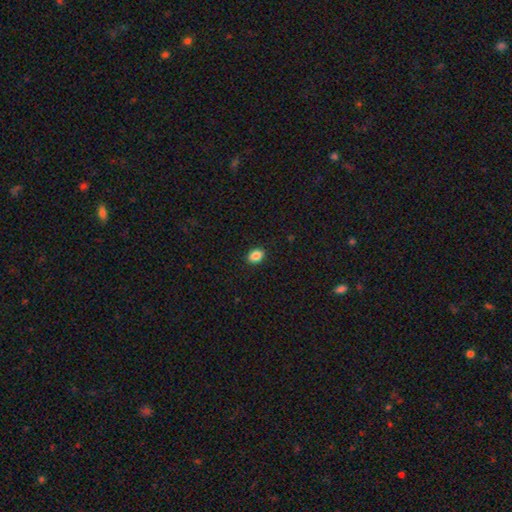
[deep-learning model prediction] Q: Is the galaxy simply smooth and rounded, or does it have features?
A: smooth — 87%.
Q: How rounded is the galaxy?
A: in between — 75%.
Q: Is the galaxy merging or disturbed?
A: none — 90%.